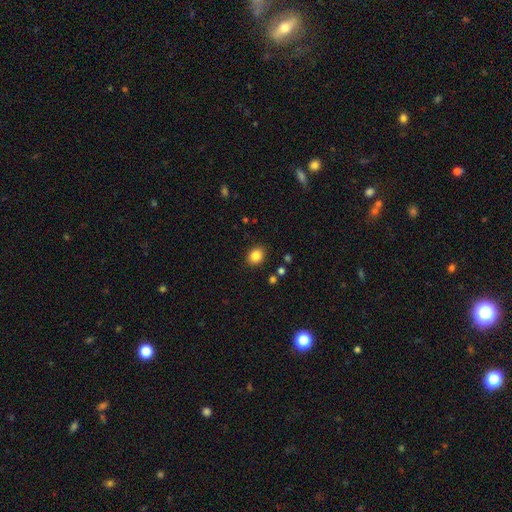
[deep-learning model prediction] Smooth or featured: smooth — 85% (star or artifact — 10%)
How rounded: round — 53% (in between — 46%)
Merging: none — 88% (minor disturbance — 8%)